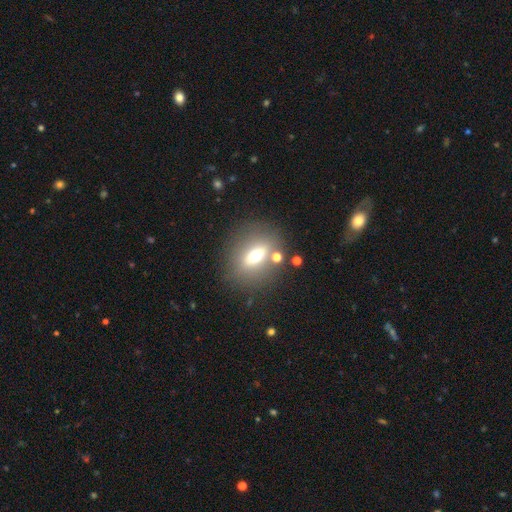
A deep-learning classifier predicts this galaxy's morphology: This appears to be a smooth galaxy with no disk features (54%) that is in between round and cigar-shaped (55%). Merging: none (74%).